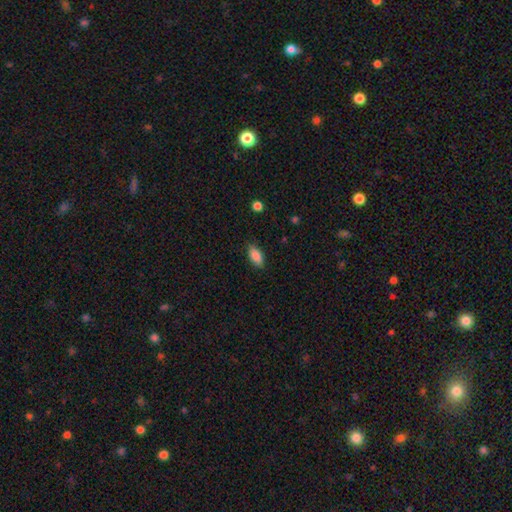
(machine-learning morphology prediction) Smooth or featured? smooth (86%)
How rounded? in between (88%)
Merging? none (84%)